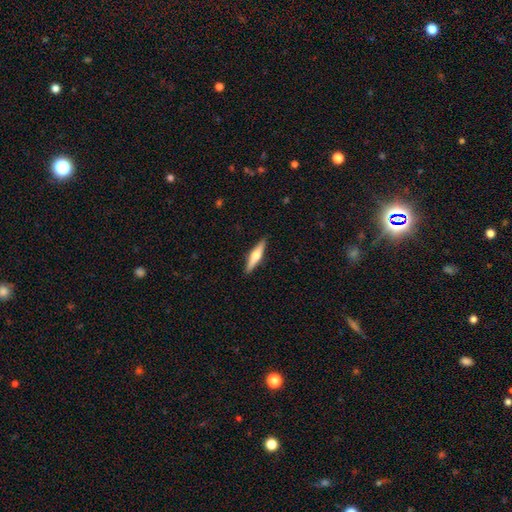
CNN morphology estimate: featured or disk 56%, smooth 39%, star or artifact 5%. Down the decision tree: edge-on disk — yes (97%); edge-on bulge — rounded (90%); merging — none (91%).